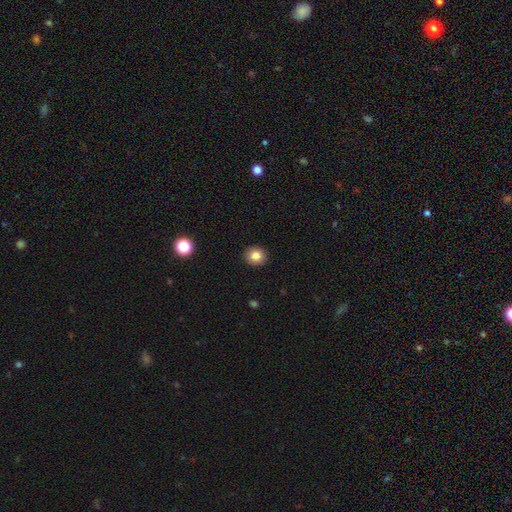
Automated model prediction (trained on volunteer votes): This is clearly a smooth galaxy (83%). How rounded: clearly round (82%). Merging: clearly none (91%).